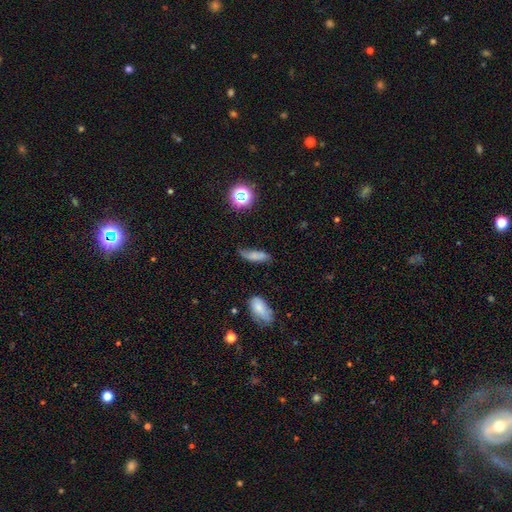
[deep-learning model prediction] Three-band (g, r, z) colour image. It shows a smooth galaxy with no disk features (62%) that is in between round and cigar-shaped (56%). Merging: none (56%).